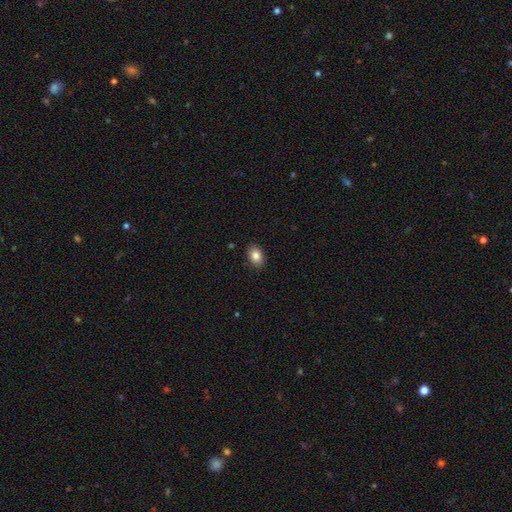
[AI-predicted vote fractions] A smooth galaxy with no disk features (84%) that is in between round and cigar-shaped (78%).

Vote fractions:
- Smooth or featured? smooth: 84% / star or artifact: 9% / featured or disk: 7%
- How rounded? in between: 78% / round: 21% / cigar-shaped: 1%
- Merging? none: 89% / minor disturbance: 8% / major disturbance: 2% / merger: 1%